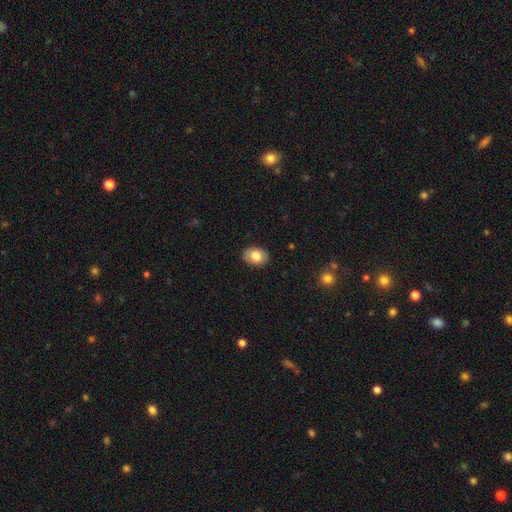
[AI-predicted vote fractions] Smooth or featured: smooth — 81% (featured or disk — 11%)
How rounded: in between — 73% (round — 26%)
Merging: none — 89% (minor disturbance — 8%)